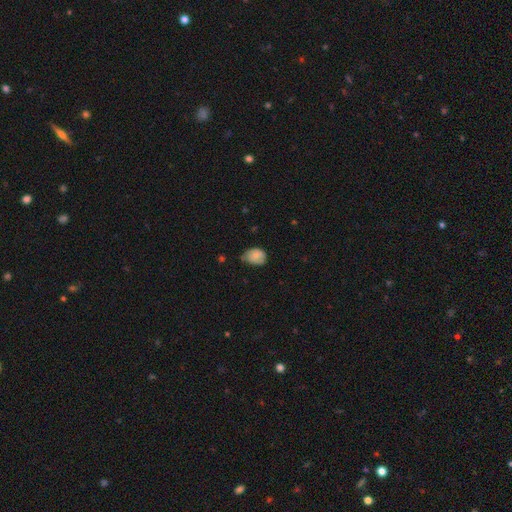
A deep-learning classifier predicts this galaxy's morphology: Smooth or featured? Predicted: smooth (p=0.76). How rounded? Predicted: in between (p=0.64). Merging? Predicted: minor disturbance (p=0.48).